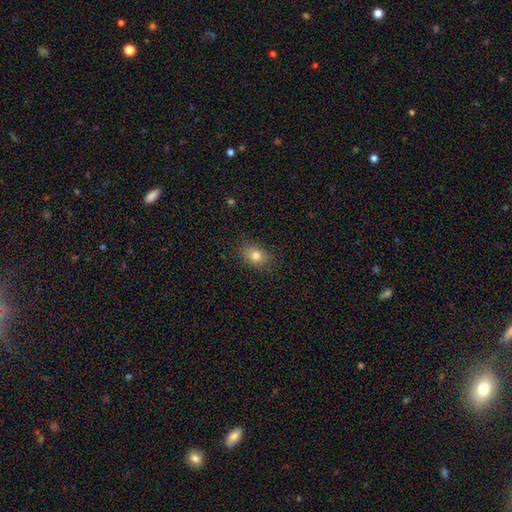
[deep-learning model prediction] Overall: smooth (79%). How rounded: in between (74%). Merging: none (85%).